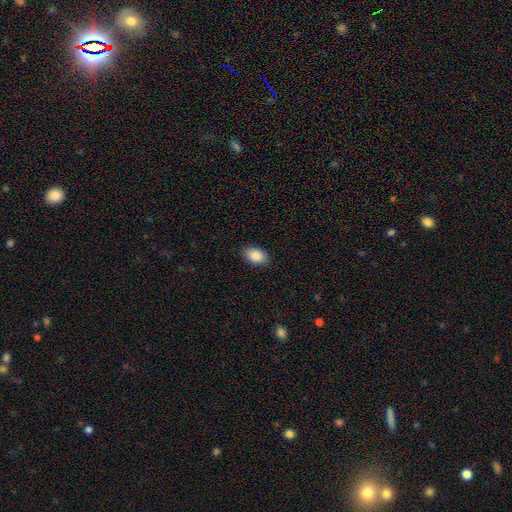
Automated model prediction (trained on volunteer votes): smooth-or-featured: smooth: 88% | star or artifact: 7% | featured or disk: 5%
  how-rounded: in between: 87% | round: 11% | cigar-shaped: 1%
  merging: none: 87% | minor disturbance: 10% | major disturbance: 2% | merger: 1%